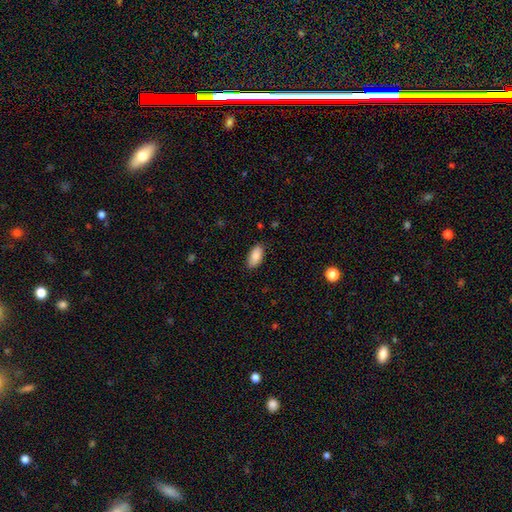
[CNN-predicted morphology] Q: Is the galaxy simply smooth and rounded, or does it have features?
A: smooth — 85%.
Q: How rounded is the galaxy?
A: in between — 94%.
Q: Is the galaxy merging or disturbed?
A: none — 85%.